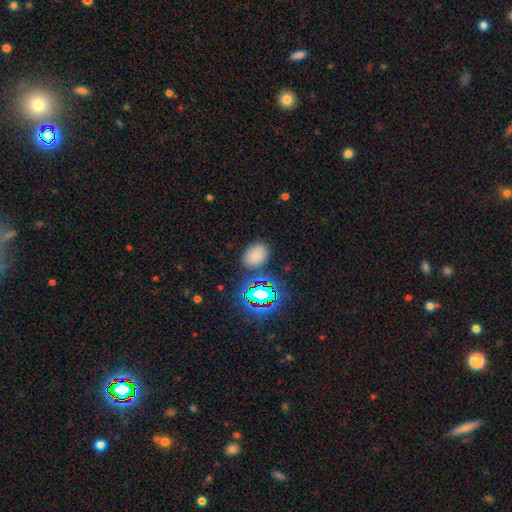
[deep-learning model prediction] Smooth or featured?
  - smooth: 68% *
  - star or artifact: 23%
  - featured or disk: 9%
How rounded?
  - in between: 68% *
  - round: 31%
  - cigar-shaped: 1%
Merging?
  - none: 79% *
  - minor disturbance: 13%
  - merger: 4%
  - major disturbance: 4%